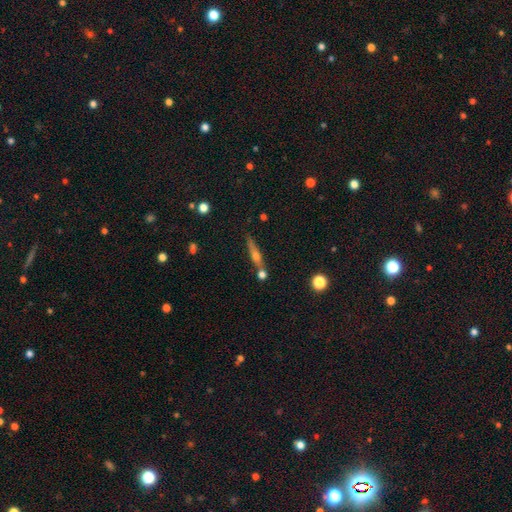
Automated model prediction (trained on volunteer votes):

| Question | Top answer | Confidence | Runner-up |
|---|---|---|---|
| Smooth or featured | featured or disk | 56% | smooth (35%) |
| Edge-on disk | yes | 93% | no (7%) |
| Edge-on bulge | rounded | 87% | none (9%) |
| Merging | none | 69% | merger (15%) |